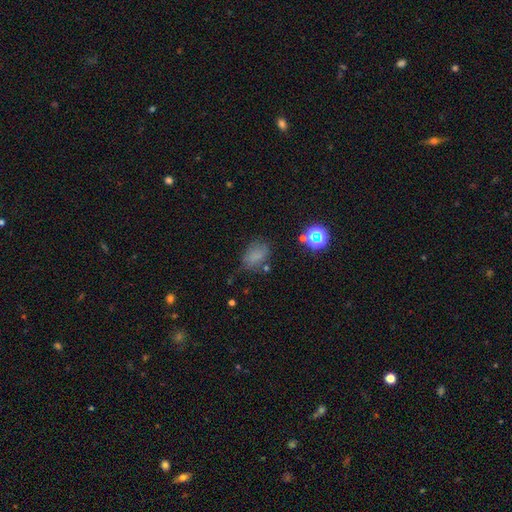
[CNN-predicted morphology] Smooth or featured? smooth (68%)
How rounded? in between (71%)
Merging? none (59%)